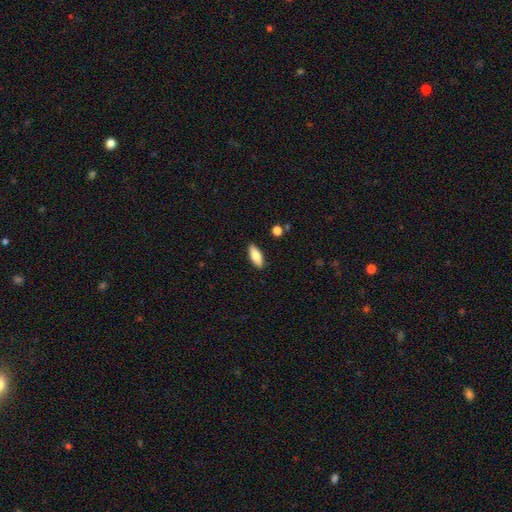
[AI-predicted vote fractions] Morphology: type=smooth (79%); roundness=in between (75%); merging=none (88%).